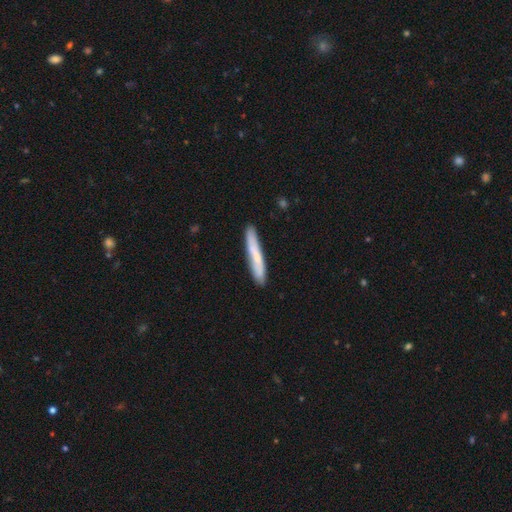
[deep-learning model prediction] Smooth or featured? smooth (63%)
How rounded? cigar-shaped (94%)
Merging? none (85%)